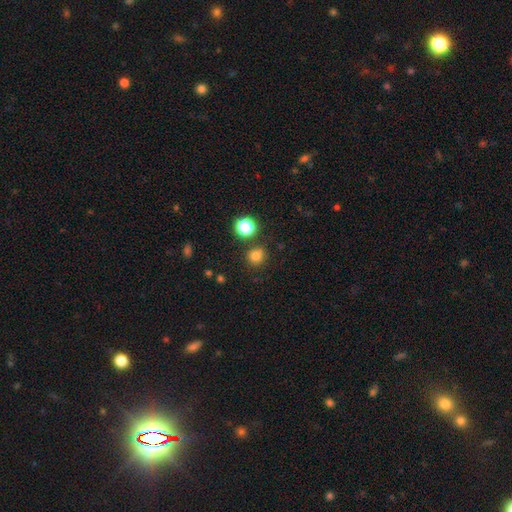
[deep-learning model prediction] A smooth galaxy with no disk features (78%) that is round (89%). Merging: none (82%).